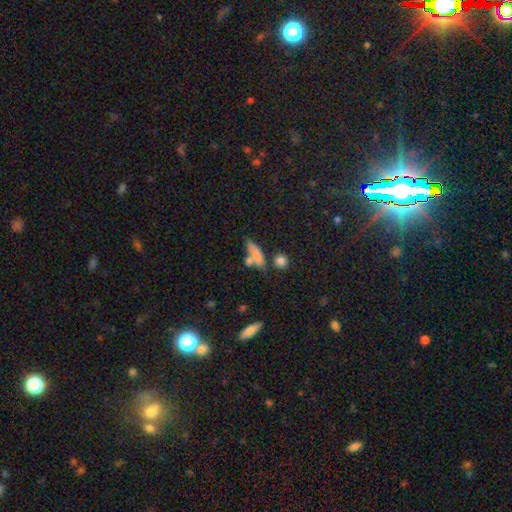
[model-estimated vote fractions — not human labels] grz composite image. It shows a smooth galaxy with no disk features (72%) that is cigar-shaped (53%). Merging: none (49%).